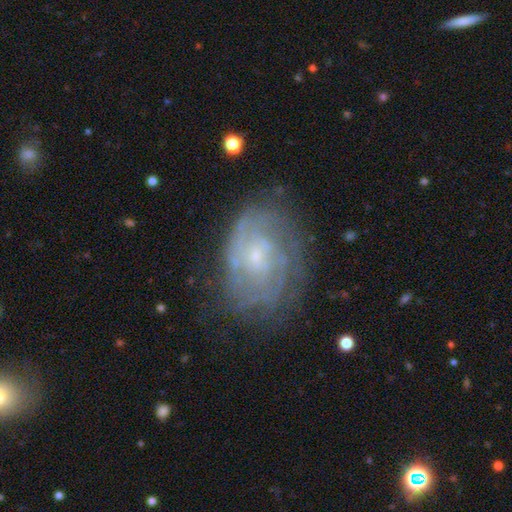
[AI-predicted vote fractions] A featured or disk galaxy (80%) with no bar (68%), tight (67%) spiral arms (89%) and a small central bulge (78%). Merging: none (69%).